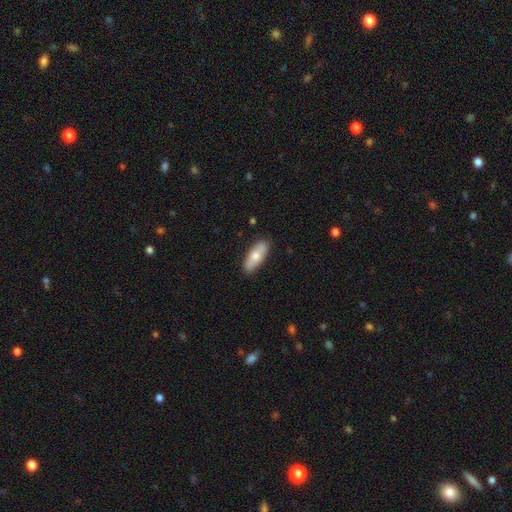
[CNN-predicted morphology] type=smooth (67%); roundness=in between (72%); merging=none (85%).